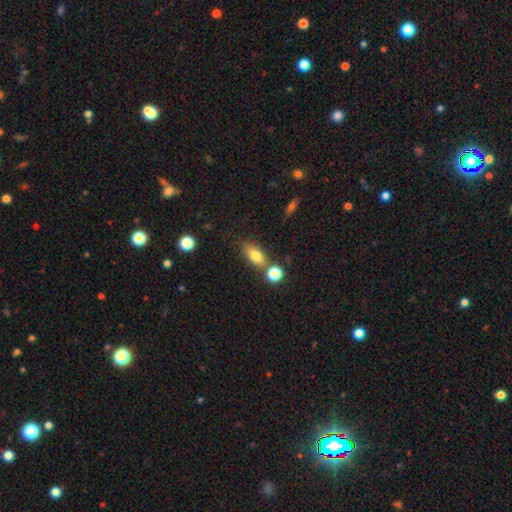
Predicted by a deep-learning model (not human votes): smooth 79%, featured or disk 11%, star or artifact 10%. Down the decision tree: how rounded — in between (81%); merging — none (64%).